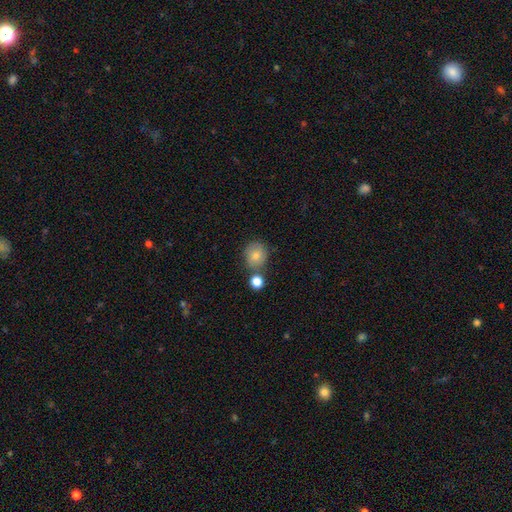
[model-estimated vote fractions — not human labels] Overall: smooth (79%). How rounded: round (83%). Merging: none (67%).